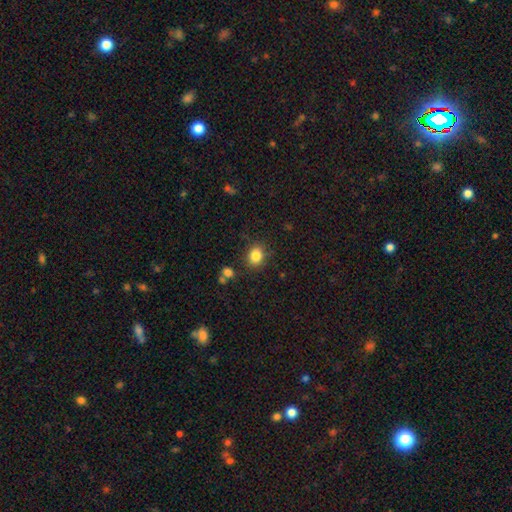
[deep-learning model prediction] Morphology: type=smooth (84%); roundness=round (54%); merging=none (82%).